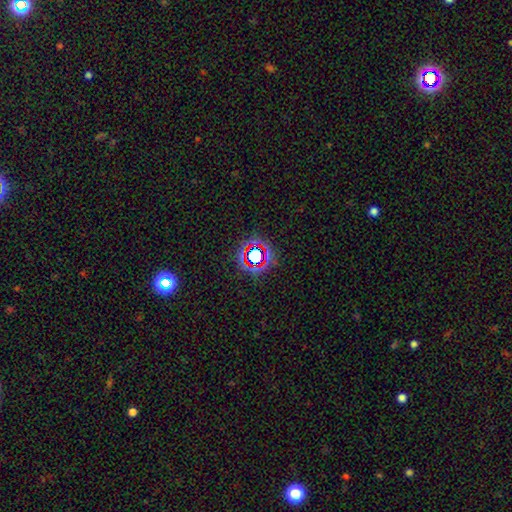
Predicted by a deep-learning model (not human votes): This appears to be a star or artifact, not a galaxy (68%).